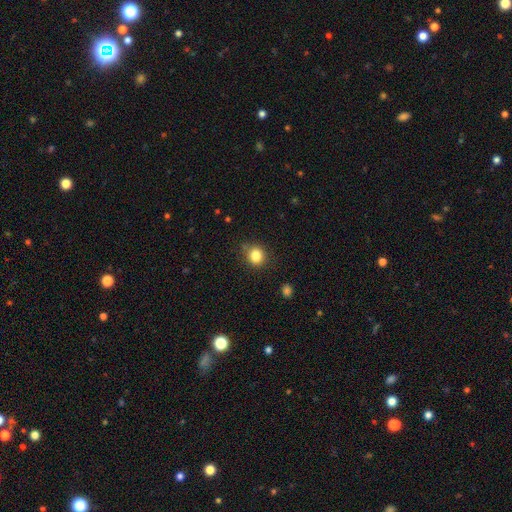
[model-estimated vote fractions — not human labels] Smooth or featured? smooth (83%)
How rounded? round (81%)
Merging? none (80%)